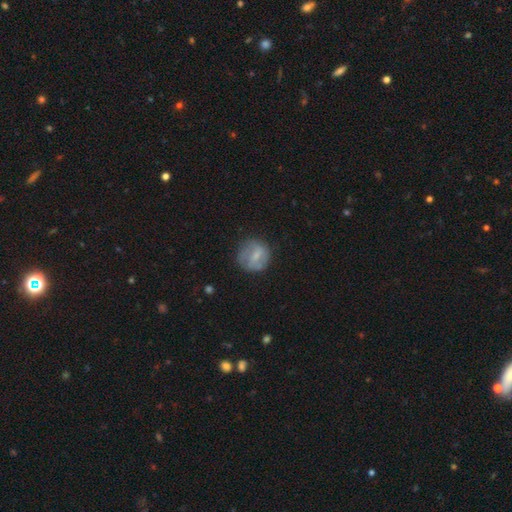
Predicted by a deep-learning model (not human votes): A smooth galaxy with no disk features (57%) that is round (84%).

Vote fractions:
- Smooth or featured? smooth: 57% / featured or disk: 35% / star or artifact: 8%
- How rounded? round: 84% / in between: 14% / cigar-shaped: 1%
- Merging? none: 67% / minor disturbance: 21% / major disturbance: 10% / merger: 2%